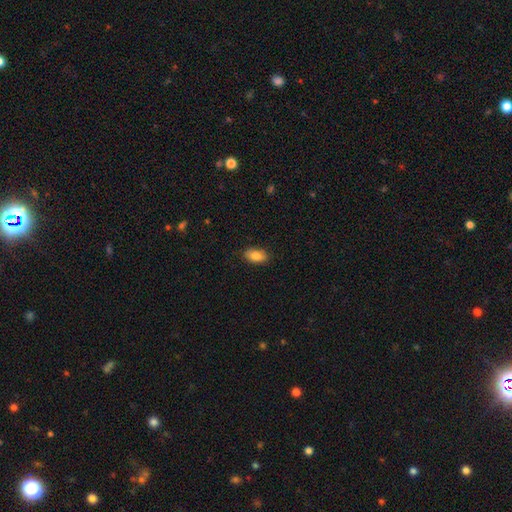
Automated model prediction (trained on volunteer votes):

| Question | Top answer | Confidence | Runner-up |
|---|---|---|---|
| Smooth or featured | smooth | 84% | featured or disk (9%) |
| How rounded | in between | 91% | round (6%) |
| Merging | none | 85% | minor disturbance (12%) |